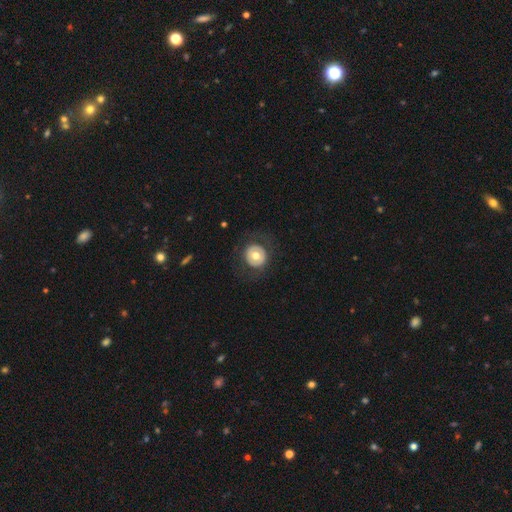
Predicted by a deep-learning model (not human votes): Smooth or featured? smooth (56%)
How rounded? round (89%)
Merging? none (81%)